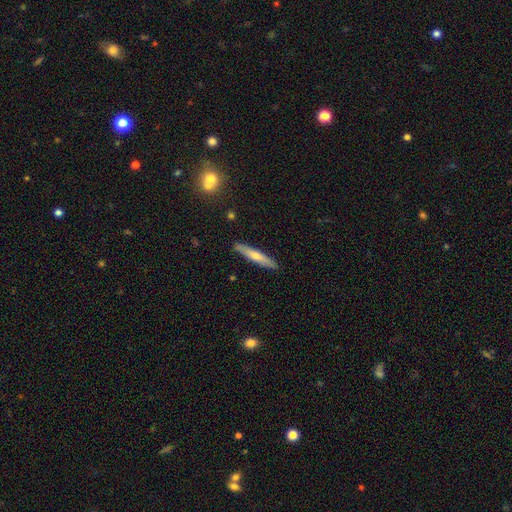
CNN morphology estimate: Smooth or featured: smooth — 50% (featured or disk — 44%)
How rounded: cigar-shaped — 92% (in between — 7%)
Merging: none — 89% (minor disturbance — 8%)